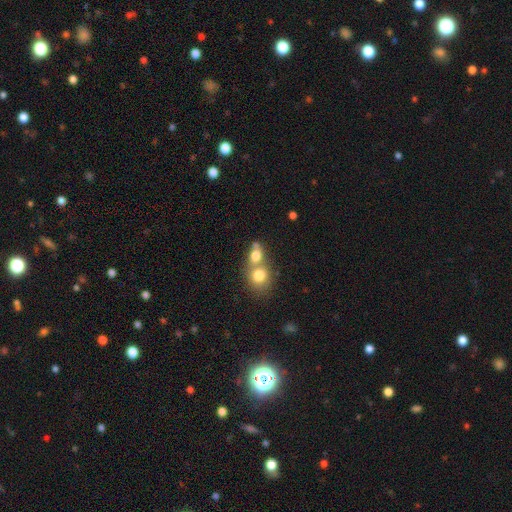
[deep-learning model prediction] Q: Smooth or featured?
A: smooth (76%); runner-up: featured or disk (14%)
Q: How rounded?
A: round (58%); runner-up: in between (41%)
Q: Merging?
A: merger (65%); runner-up: none (25%)